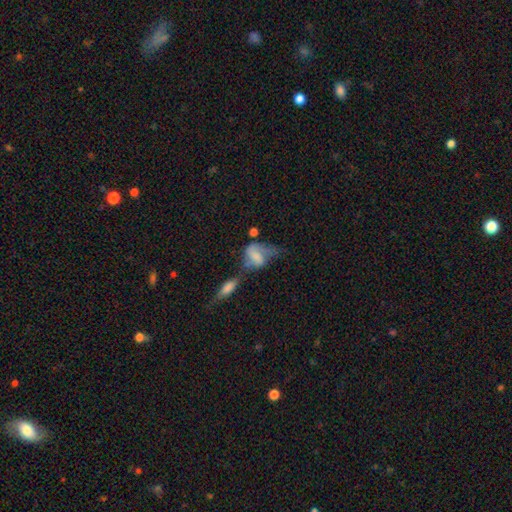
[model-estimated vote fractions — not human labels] Smooth or featured?
  - smooth: 54% *
  - featured or disk: 37%
  - star or artifact: 9%
How rounded?
  - in between: 77% *
  - round: 18%
  - cigar-shaped: 5%
Merging?
  - merger: 37% *
  - major disturbance: 27%
  - none: 19%
  - minor disturbance: 17%